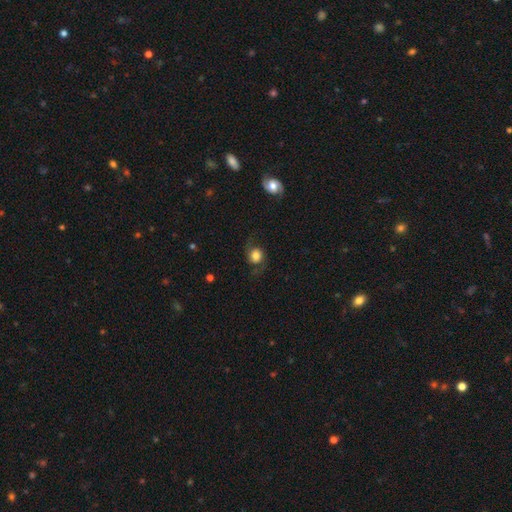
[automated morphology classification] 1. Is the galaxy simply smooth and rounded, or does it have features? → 47% smooth, 44% featured or disk, 9% star or artifact.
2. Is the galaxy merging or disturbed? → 68% none, 17% minor disturbance, 13% major disturbance, 2% merger.